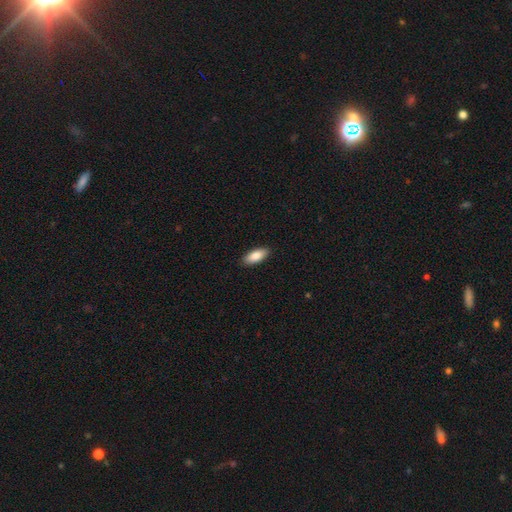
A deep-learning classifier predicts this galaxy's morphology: This appears to be a smooth galaxy with no disk features (87%) that is in between round and cigar-shaped (86%). Merging: none (90%).